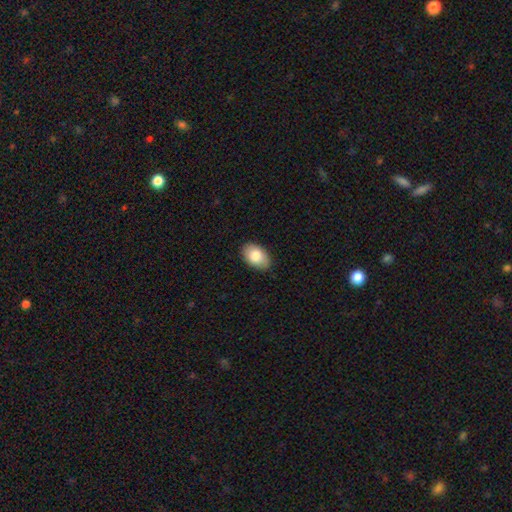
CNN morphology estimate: smooth-or-featured: smooth: 84% | featured or disk: 9% | star or artifact: 7%
  how-rounded: in between: 91% | round: 8% | cigar-shaped: 1%
  merging: none: 87% | minor disturbance: 11% | major disturbance: 2% | merger: 1%